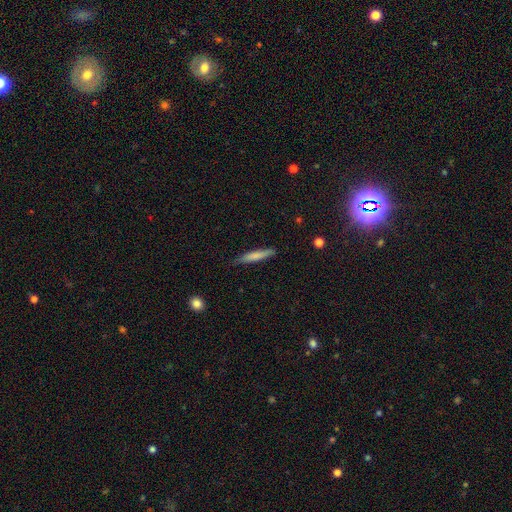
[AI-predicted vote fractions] Smooth or featured? Predicted: smooth (p=0.73). How rounded? Predicted: cigar-shaped (p=0.93). Merging? Predicted: none (p=0.80).